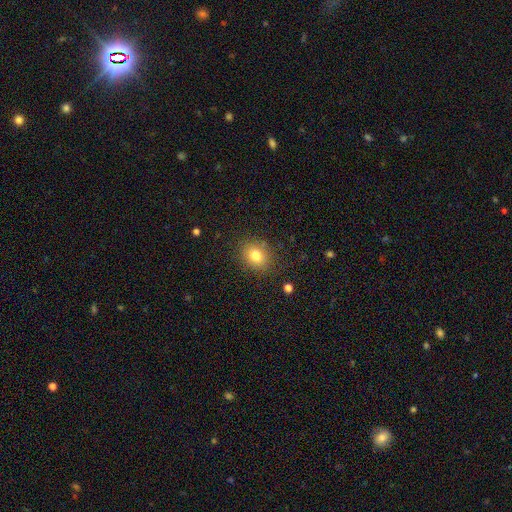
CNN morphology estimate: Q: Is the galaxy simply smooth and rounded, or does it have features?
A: smooth — 79%.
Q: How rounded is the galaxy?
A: round — 58%.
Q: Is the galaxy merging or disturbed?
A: none — 84%.